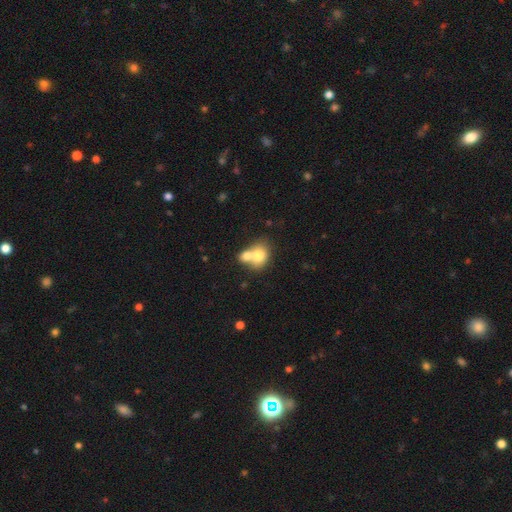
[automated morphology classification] Overall: smooth (76%). How rounded: in between (50%; round 49%). Merging: merger (63%; none 26%).